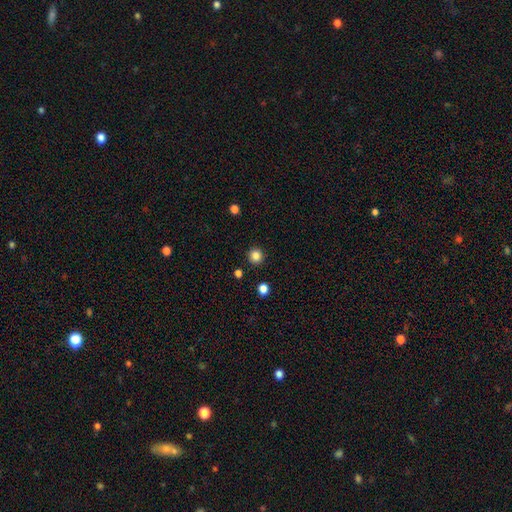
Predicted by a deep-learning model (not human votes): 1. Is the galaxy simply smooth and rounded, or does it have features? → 84% smooth, 11% star or artifact, 4% featured or disk.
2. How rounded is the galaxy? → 94% round, 5% in between, 1% cigar-shaped.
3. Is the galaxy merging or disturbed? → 91% none, 5% minor disturbance, 2% merger, 2% major disturbance.